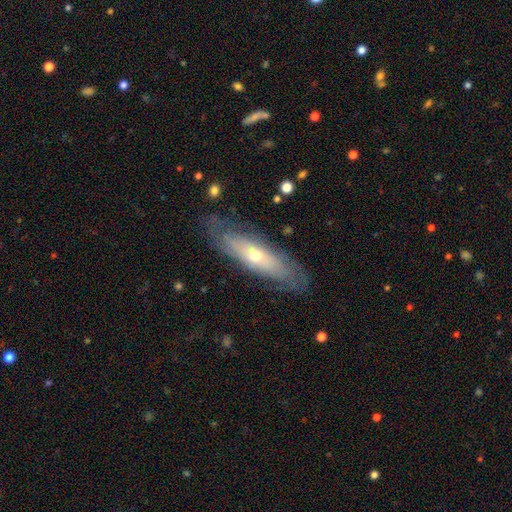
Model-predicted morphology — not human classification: A featured or disk galaxy (60%). Merging: none (77%).